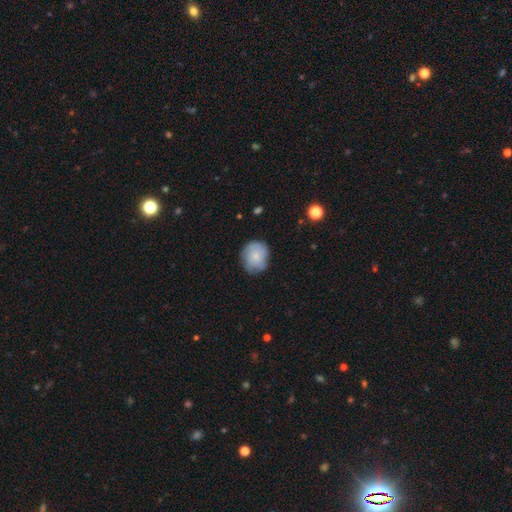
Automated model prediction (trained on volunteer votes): This is likely a smooth galaxy (68%). How rounded: likely round (76%). Merging: likely none (72%).